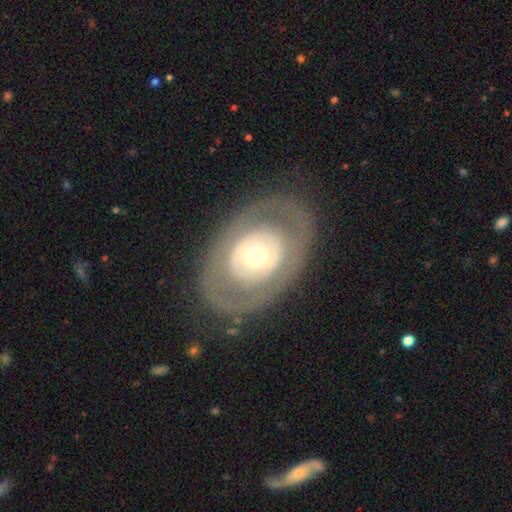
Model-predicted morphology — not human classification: Smooth or featured?
  - featured or disk: 62% *
  - smooth: 32%
  - star or artifact: 5%
Edge-on disk?
  - no: 91% *
  - yes: 9%
Bar?
  - no: 87% *
  - weak: 9%
  - strong: 4%
Spiral arms?
  - no: 88% *
  - yes: 12%
Bulge size?
  - moderate: 63% *
  - small: 23%
  - large: 12%
  - dominant: 2%
  - none: 1%
Merging?
  - none: 80% *
  - minor disturbance: 11%
  - major disturbance: 7%
  - merger: 1%